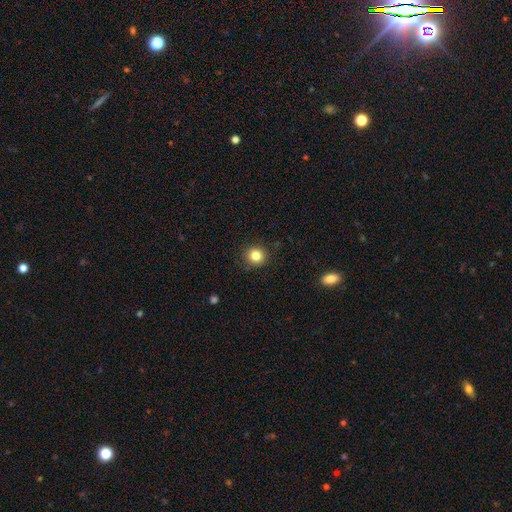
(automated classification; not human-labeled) Smooth or featured? Predicted: smooth (p=0.83). How rounded? Predicted: round (p=0.91). Merging? Predicted: none (p=0.90).